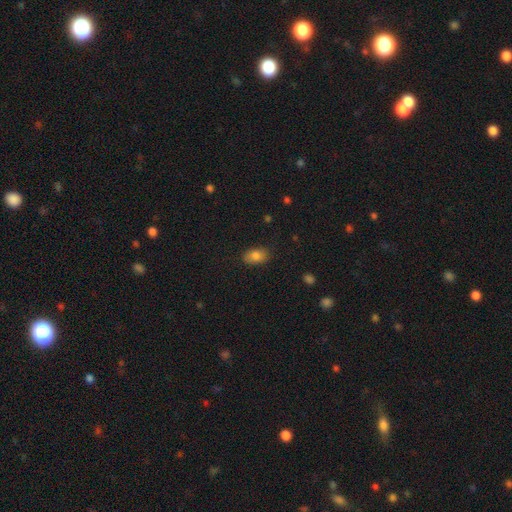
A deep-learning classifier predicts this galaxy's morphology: smooth-or-featured: smooth: 81% | featured or disk: 10% | star or artifact: 9%
  how-rounded: in between: 88% | round: 11% | cigar-shaped: 2%
  merging: none: 85% | minor disturbance: 12% | major disturbance: 2% | merger: 1%